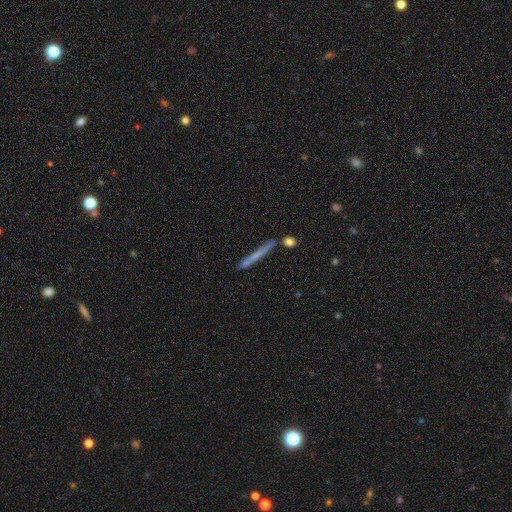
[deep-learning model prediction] smooth 50%, featured or disk 42%, star or artifact 8%. Down the decision tree: how rounded — cigar-shaped (96%); merging — none (79%).